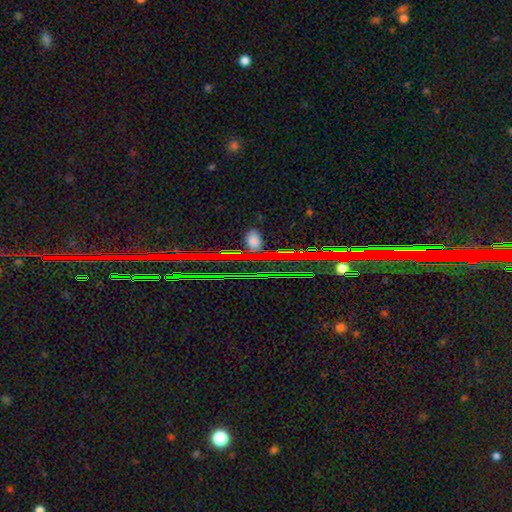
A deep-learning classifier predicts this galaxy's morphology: A star or artifact, not a galaxy (79%).